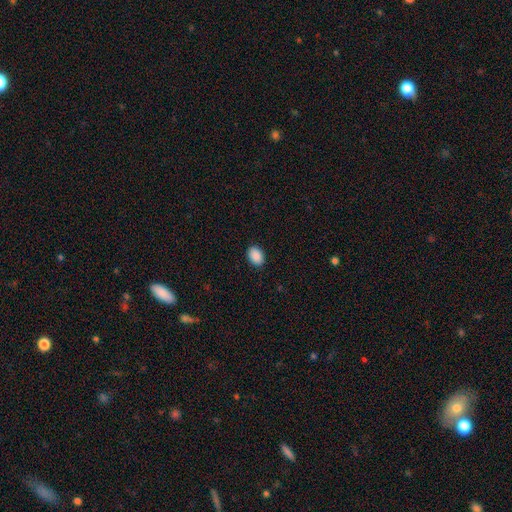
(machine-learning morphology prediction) A smooth galaxy with no disk features (91%) that is in between round and cigar-shaped (82%). Merging: none (90%).